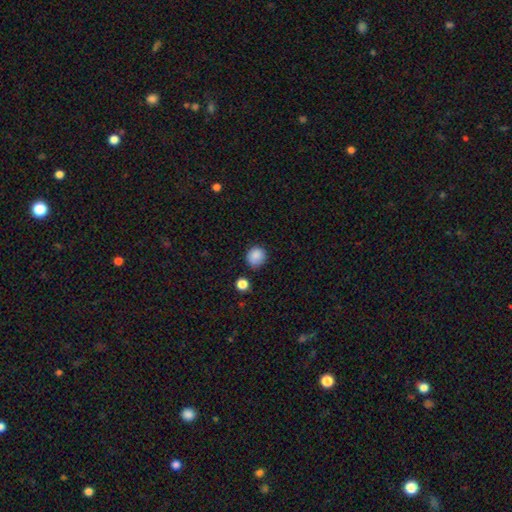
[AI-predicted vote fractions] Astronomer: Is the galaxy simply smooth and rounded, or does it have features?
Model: smooth — 87%.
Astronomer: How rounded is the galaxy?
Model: round — 85%.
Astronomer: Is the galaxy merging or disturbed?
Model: none — 79%.